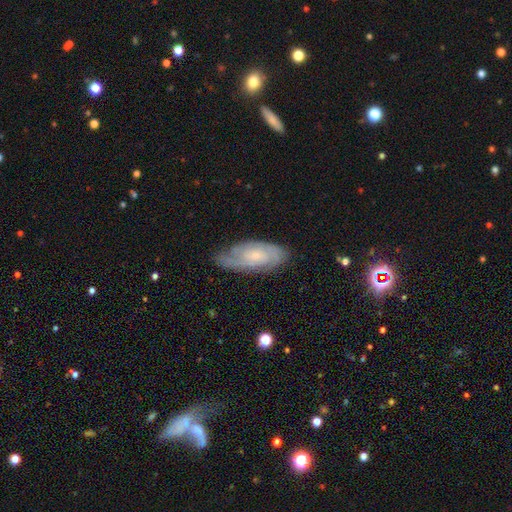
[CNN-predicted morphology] featured or disk 72%, smooth 22%, star or artifact 6%. Down the decision tree: edge-on disk — no (91%); bar — no (70%); spiral arms — yes (91%); spiral arm count — 2 (39%); spiral winding — tight (57%); bulge size — small (71%); merging — none (70%).